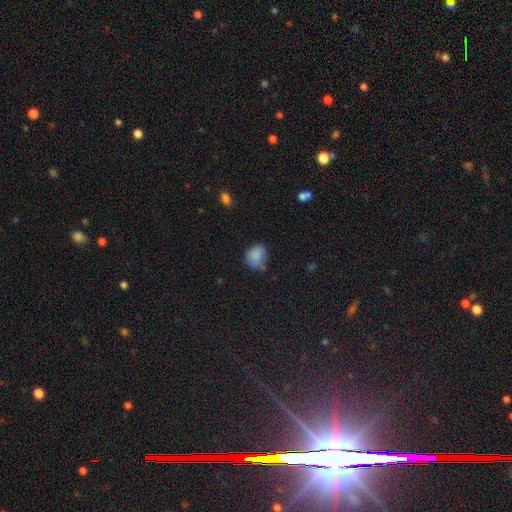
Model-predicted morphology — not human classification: This is clearly a smooth galaxy (83%). How rounded: possibly round (57%). Merging: possibly none (52%).